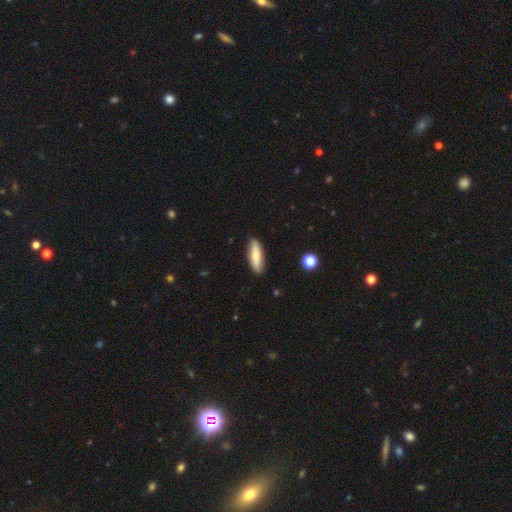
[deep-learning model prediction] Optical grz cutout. It shows a smooth galaxy with no disk features (74%) that is cigar-shaped (57%). Merging: none (88%).